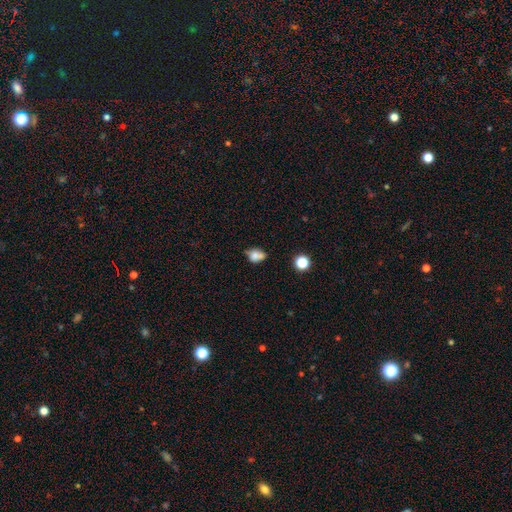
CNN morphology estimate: This appears to be a smooth galaxy with no disk features (74%) that is in between round and cigar-shaped (67%). Merging: none (44%).